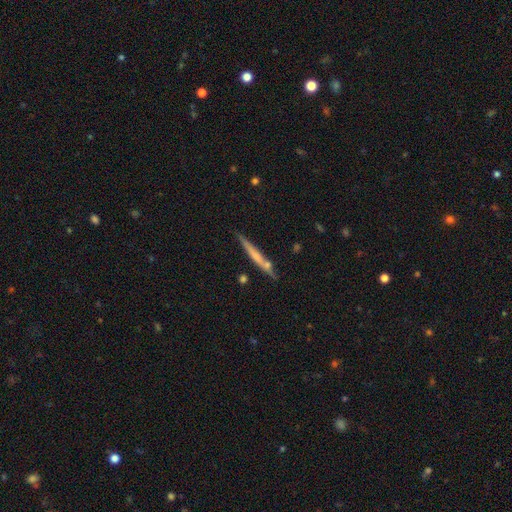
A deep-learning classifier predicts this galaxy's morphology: A smooth galaxy with no disk features (48%). Merging: none (76%).